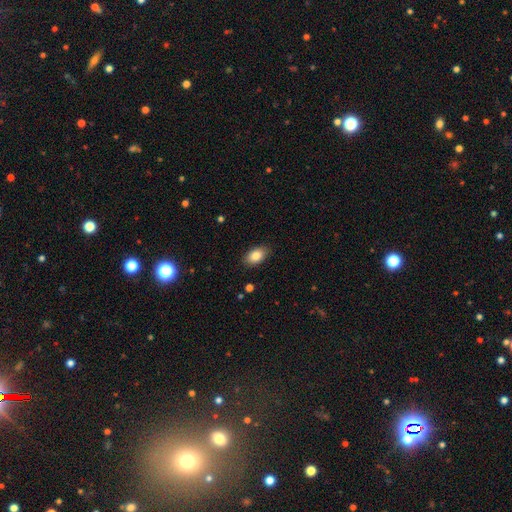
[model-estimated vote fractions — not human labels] This is clearly a smooth galaxy (85%). How rounded: clearly in between (90%). Merging: clearly none (87%).